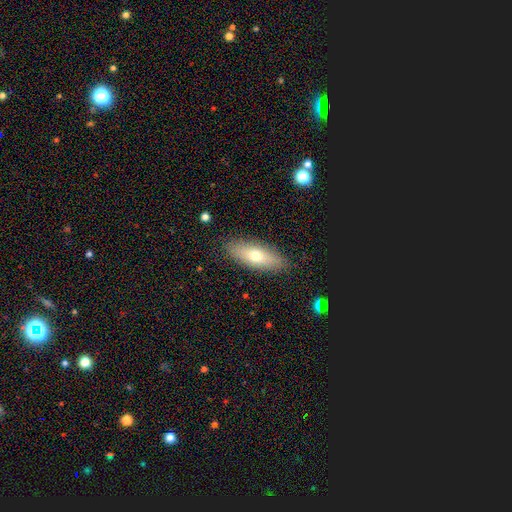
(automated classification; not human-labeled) This is likely a smooth galaxy (65%). How rounded: likely in between (64%). Merging: clearly none (87%).